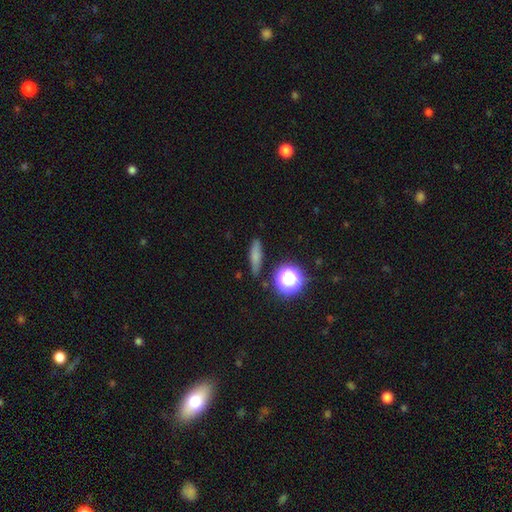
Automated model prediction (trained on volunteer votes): Smooth or featured?
  - smooth: 67% *
  - featured or disk: 17%
  - star or artifact: 16%
How rounded?
  - cigar-shaped: 63% *
  - in between: 23%
  - round: 14%
Merging?
  - none: 82% *
  - minor disturbance: 12%
  - major disturbance: 3%
  - merger: 3%